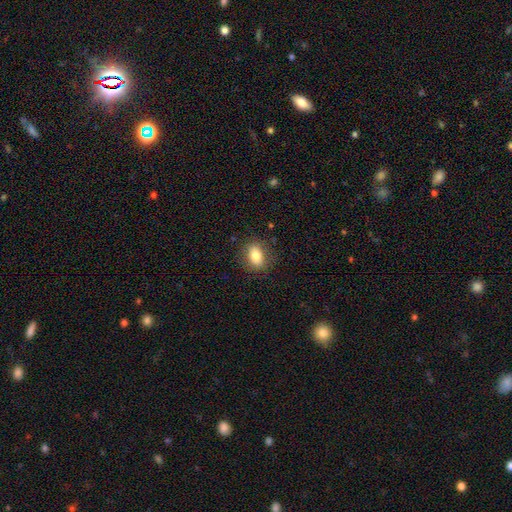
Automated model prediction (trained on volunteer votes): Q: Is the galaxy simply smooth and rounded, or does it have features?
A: smooth — 79%.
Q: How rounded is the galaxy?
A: in between — 74%.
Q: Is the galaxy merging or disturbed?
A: none — 83%.